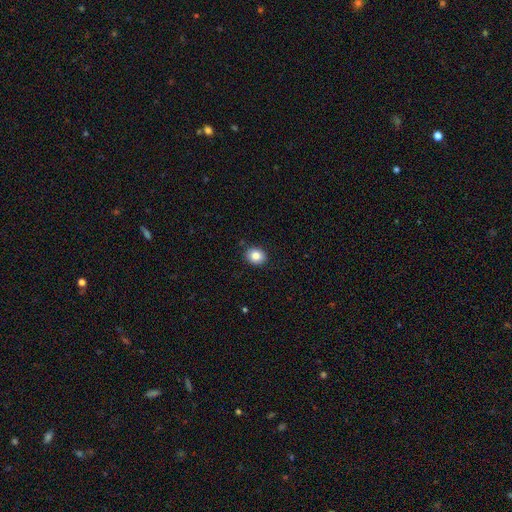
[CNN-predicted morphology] type=smooth (85%); roundness=round (58%); merging=none (89%).